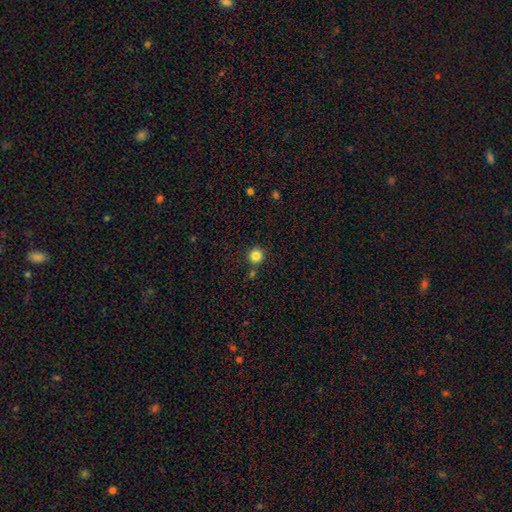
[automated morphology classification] This appears to be a smooth galaxy with no disk features (84%) that is round (94%). Merging: none (82%).